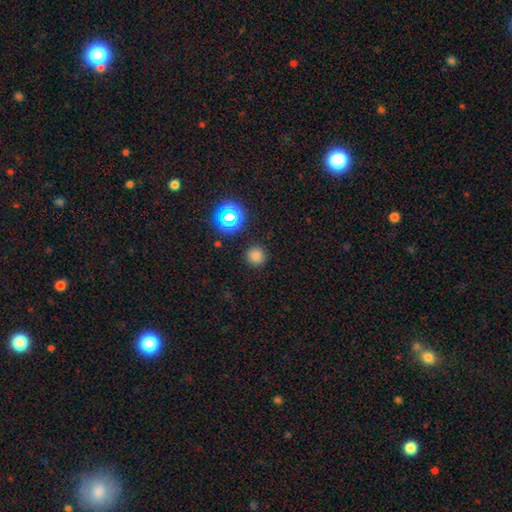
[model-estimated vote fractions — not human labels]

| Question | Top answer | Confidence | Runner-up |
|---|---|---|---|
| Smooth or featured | smooth | 76% | star or artifact (19%) |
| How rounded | round | 94% | in between (5%) |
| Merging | none | 89% | minor disturbance (7%) |